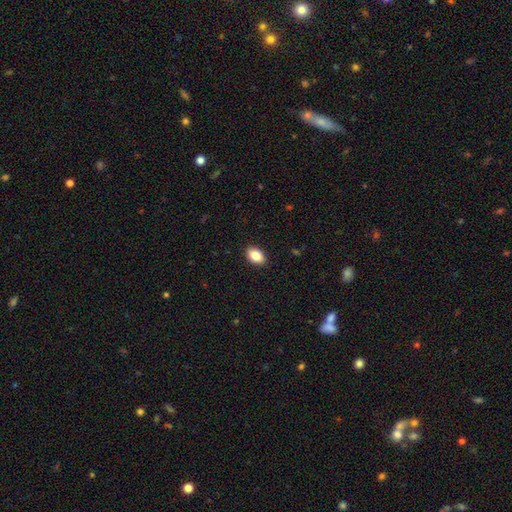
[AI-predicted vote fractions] A smooth galaxy with no disk features (86%) that is in between round and cigar-shaped (88%). Merging: none (90%).